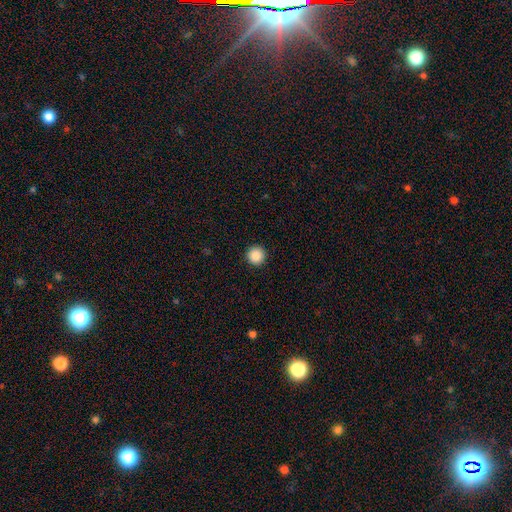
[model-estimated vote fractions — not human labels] Morphology: type=smooth (88%); roundness=round (96%); merging=none (93%).